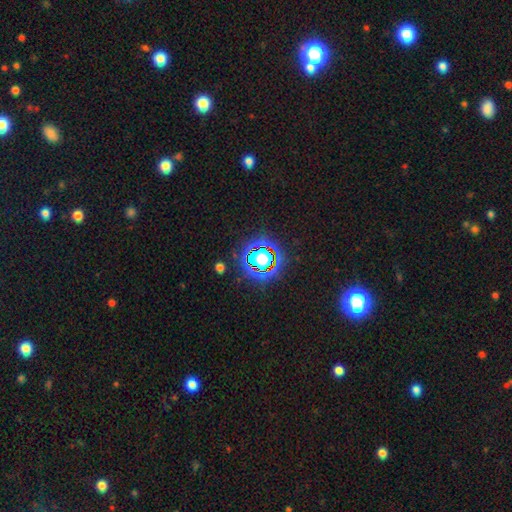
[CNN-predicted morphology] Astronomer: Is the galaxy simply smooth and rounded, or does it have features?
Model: star or artifact — 78%.